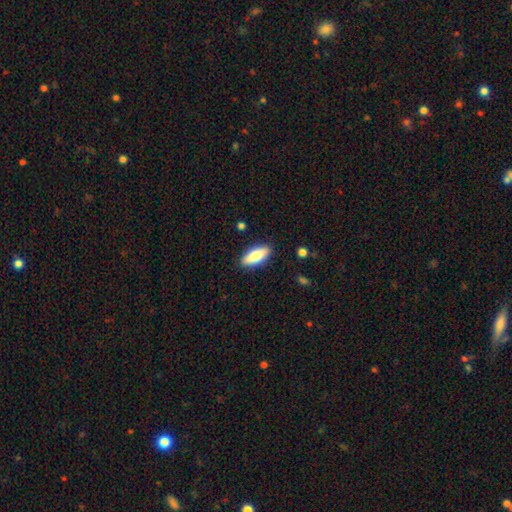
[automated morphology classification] Smooth or featured? smooth (71%)
How rounded? in between (71%)
Merging? none (89%)